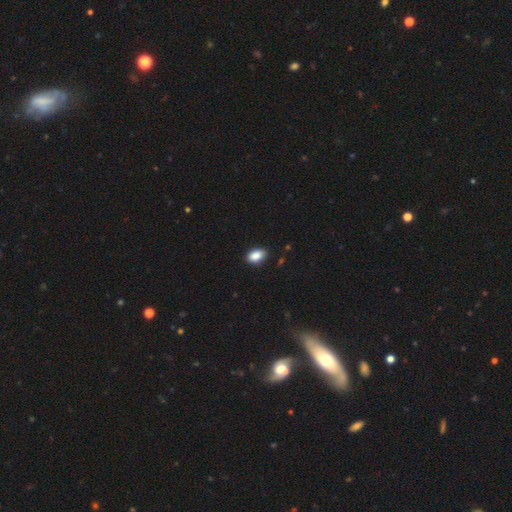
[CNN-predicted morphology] A smooth galaxy with no disk features (88%) that is in between round and cigar-shaped (89%). Merging: none (87%).